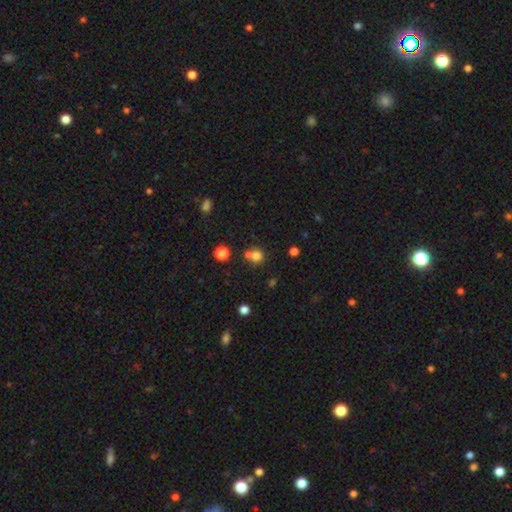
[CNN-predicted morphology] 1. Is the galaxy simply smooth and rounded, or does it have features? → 76% smooth, 16% star or artifact, 9% featured or disk.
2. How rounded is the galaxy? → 89% round, 10% in between, 1% cigar-shaped.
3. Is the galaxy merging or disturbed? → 55% none, 35% merger, 7% minor disturbance, 3% major disturbance.